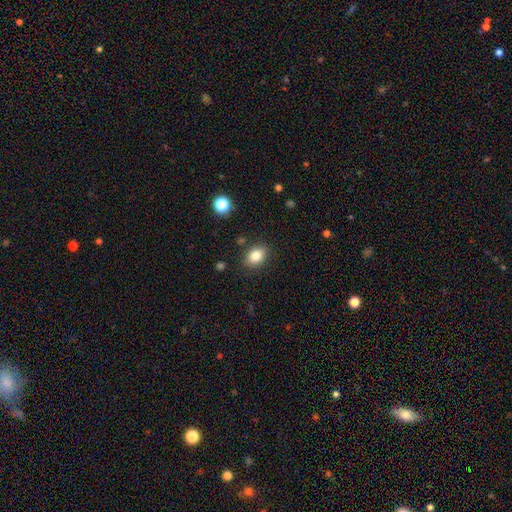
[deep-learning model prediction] Smooth or featured?
  - smooth: 83% *
  - star or artifact: 9%
  - featured or disk: 8%
How rounded?
  - in between: 75% *
  - round: 24%
  - cigar-shaped: 1%
Merging?
  - none: 85% *
  - minor disturbance: 10%
  - major disturbance: 3%
  - merger: 2%